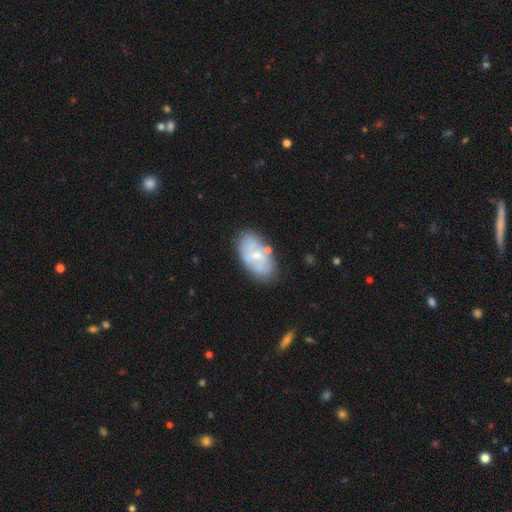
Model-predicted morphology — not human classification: This is possibly a featured or disk galaxy (54%). It is clearly not viewed edge-on (95%). Bar: possibly no (56%). Spiral arm pattern: possibly yes (54%). Central bulge: possibly small (55%). Merging: likely none (67%).